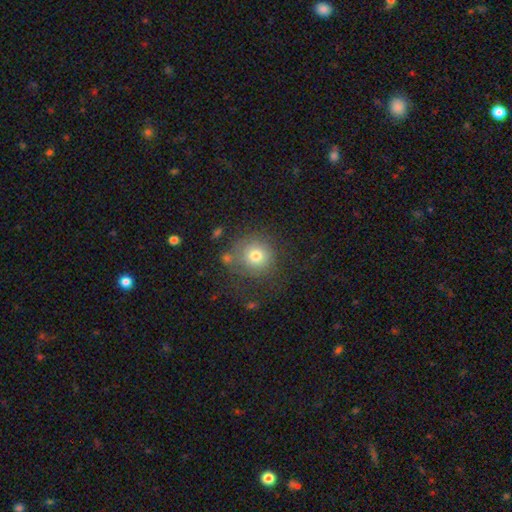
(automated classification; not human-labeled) The model was most divided on "merging": none: 69%, minor disturbance: 16%, major disturbance: 11%, merger: 4%. More confident: how rounded — round (91%); smooth or featured — smooth (71%).